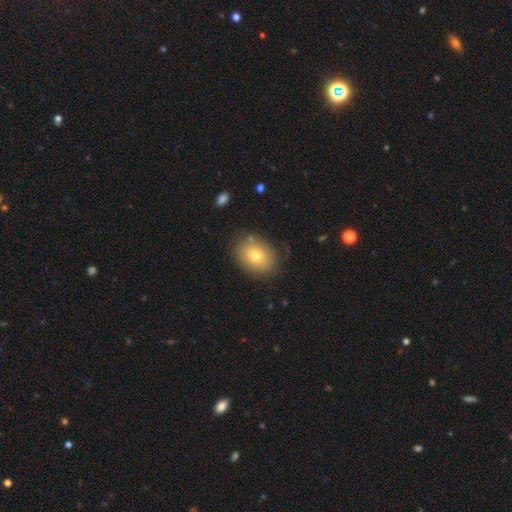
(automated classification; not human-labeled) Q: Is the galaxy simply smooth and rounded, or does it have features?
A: smooth — 73%.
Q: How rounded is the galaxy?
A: in between — 61%.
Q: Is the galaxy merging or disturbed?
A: none — 79%.